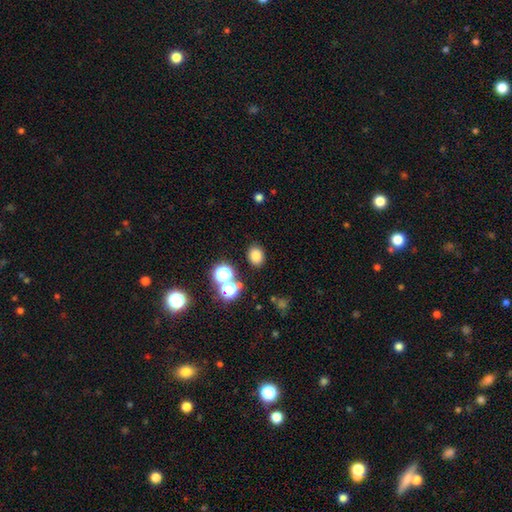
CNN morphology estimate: Smooth or featured? Predicted: smooth (p=0.78). How rounded? Predicted: in between (p=0.52). Merging? Predicted: none (p=0.83).